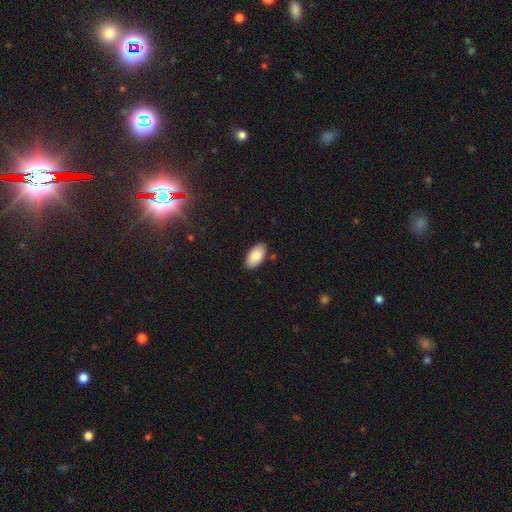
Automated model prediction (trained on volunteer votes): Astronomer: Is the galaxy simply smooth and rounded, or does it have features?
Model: smooth — 87%.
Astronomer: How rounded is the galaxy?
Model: in between — 95%.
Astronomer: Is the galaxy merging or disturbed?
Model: none — 87%.